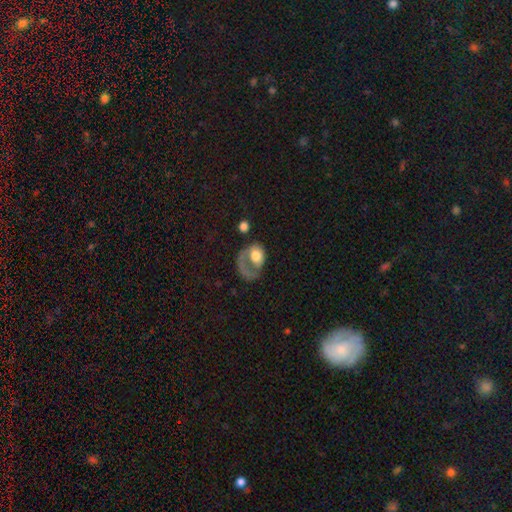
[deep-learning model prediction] Morphology: type=featured or disk (48%); merging=major disturbance (55%).